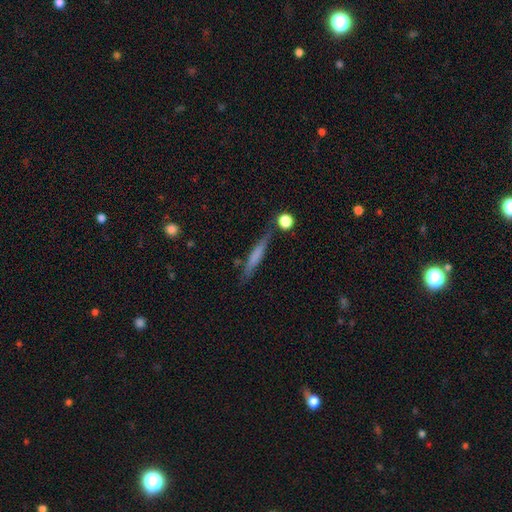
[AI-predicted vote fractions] smooth_or_featured: smooth (p=0.56) [alt: featured or disk p=0.36]
how_rounded: cigar-shaped (p=0.91) [alt: in between p=0.06]
merging: none (p=0.74) [alt: minor disturbance p=0.16]